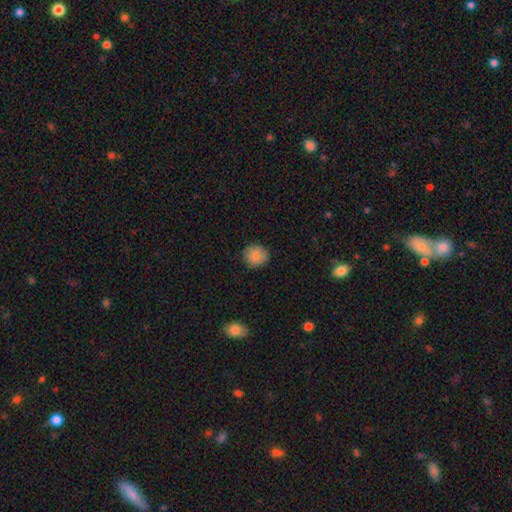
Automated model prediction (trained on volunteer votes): This appears to be a smooth galaxy with no disk features (82%) that is round (84%). Merging: none (86%).